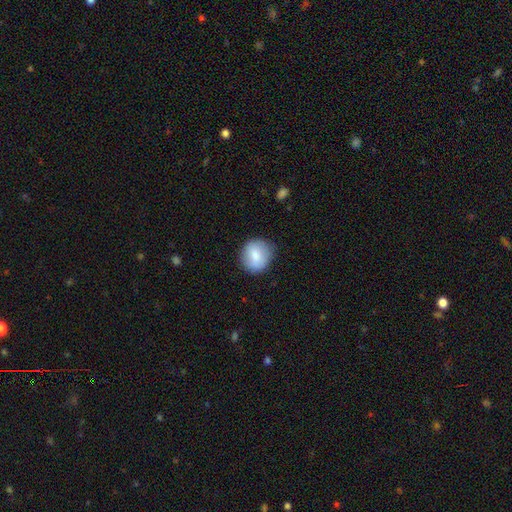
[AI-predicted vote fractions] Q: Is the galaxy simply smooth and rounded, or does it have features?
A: smooth — 80%.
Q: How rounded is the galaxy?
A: round — 79%.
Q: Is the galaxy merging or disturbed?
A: none — 81%.